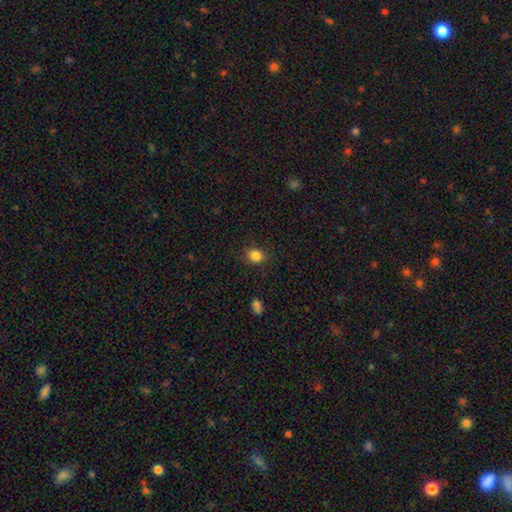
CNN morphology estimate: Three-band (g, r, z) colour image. It shows a smooth galaxy with no disk features (85%) that is round (71%). Merging: none (84%).